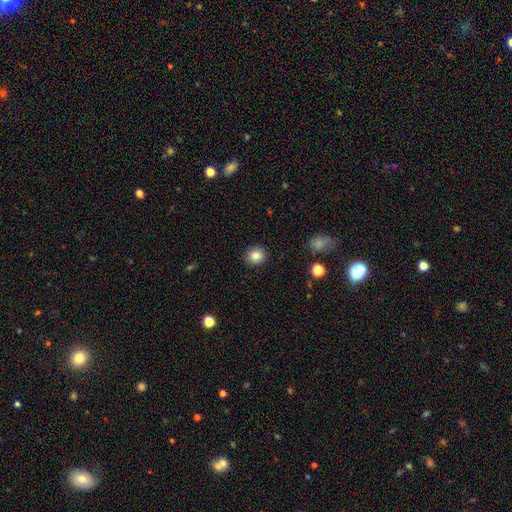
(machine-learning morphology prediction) This appears to be a smooth galaxy with no disk features (84%) that is round (79%). Merging: none (90%).